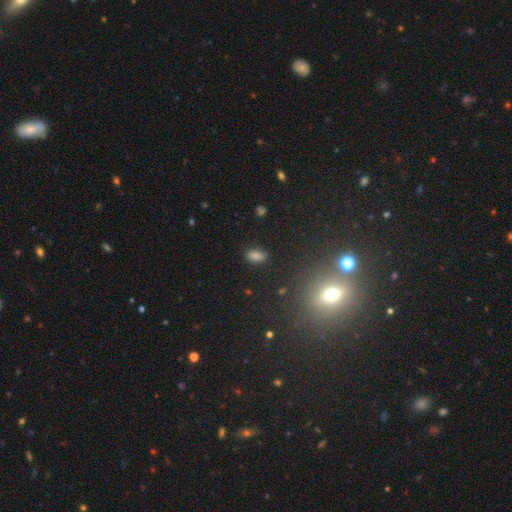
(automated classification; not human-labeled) smooth-or-featured: smooth: 75% | star or artifact: 19% | featured or disk: 6%
  how-rounded: in between: 87% | round: 8% | cigar-shaped: 5%
  merging: none: 85% | minor disturbance: 10% | major disturbance: 3% | merger: 3%